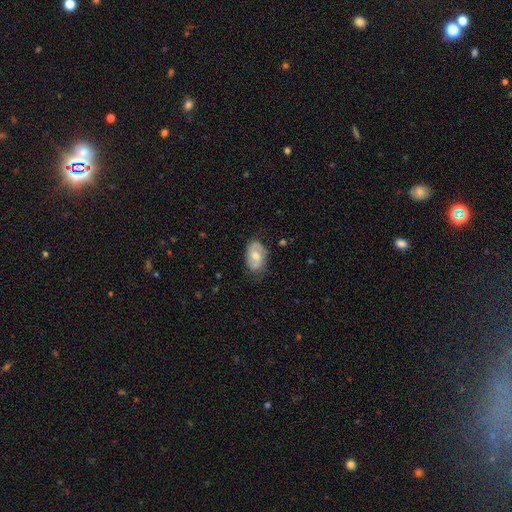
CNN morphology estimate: A featured or disk galaxy (54%) with no bar (57%), spiral arms (74%) and a moderate central bulge (71%). Merging: none (72%).